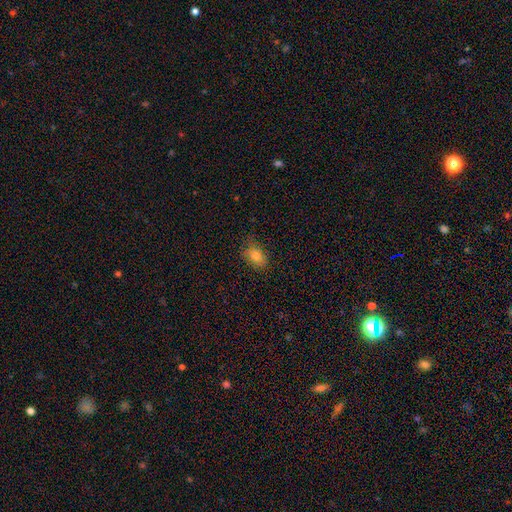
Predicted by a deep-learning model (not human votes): Overall: smooth (81%). How rounded: in between (78%). Merging: none (77%).